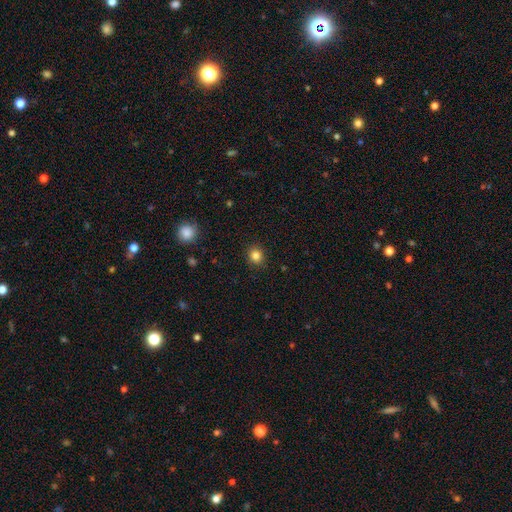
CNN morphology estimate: Smooth or featured?
  - smooth: 83% *
  - star or artifact: 12%
  - featured or disk: 5%
How rounded?
  - round: 80% *
  - in between: 19%
  - cigar-shaped: 1%
Merging?
  - none: 90% *
  - minor disturbance: 7%
  - major disturbance: 2%
  - merger: 1%